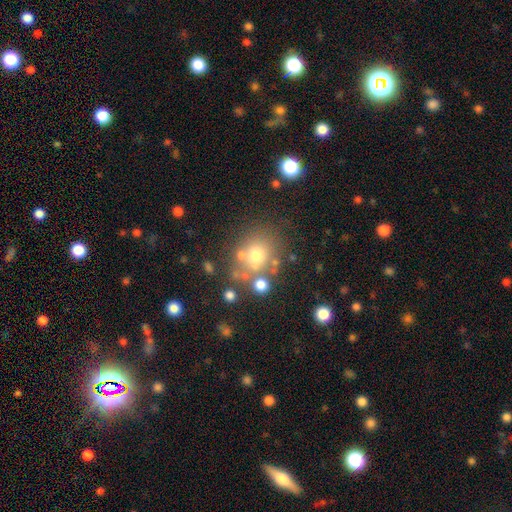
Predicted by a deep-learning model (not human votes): Smooth or featured?
  - smooth: 62% *
  - featured or disk: 21%
  - star or artifact: 17%
How rounded?
  - round: 72% *
  - in between: 27%
  - cigar-shaped: 1%
Merging?
  - none: 61% *
  - merger: 17%
  - minor disturbance: 14%
  - major disturbance: 8%